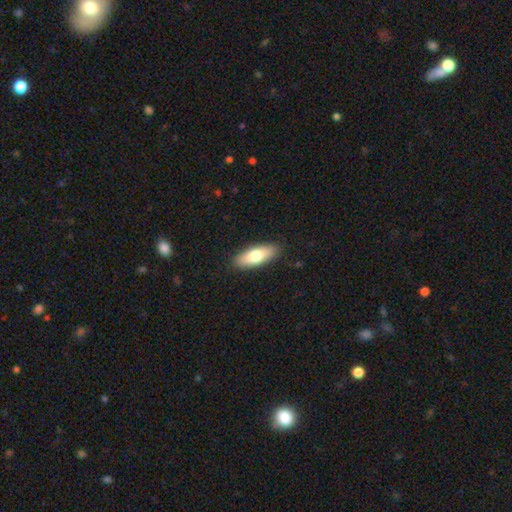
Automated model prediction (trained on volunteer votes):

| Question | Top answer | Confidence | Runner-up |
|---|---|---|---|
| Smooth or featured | smooth | 74% | featured or disk (21%) |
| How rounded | in between | 69% | cigar-shaped (28%) |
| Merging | none | 89% | minor disturbance (8%) |